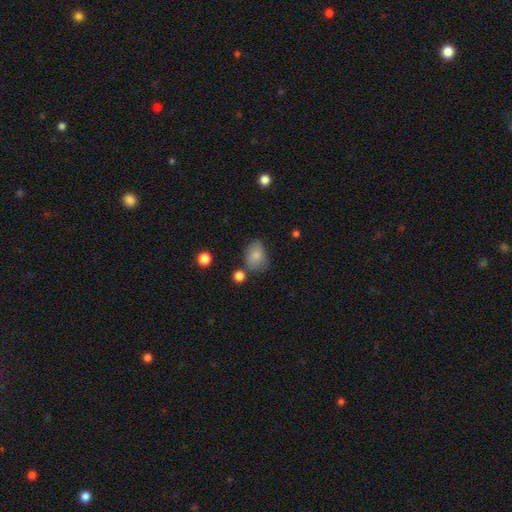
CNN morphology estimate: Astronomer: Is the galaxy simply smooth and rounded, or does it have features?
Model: smooth — 80%.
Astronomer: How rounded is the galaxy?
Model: in between — 75%.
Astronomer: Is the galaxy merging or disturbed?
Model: none — 59%.